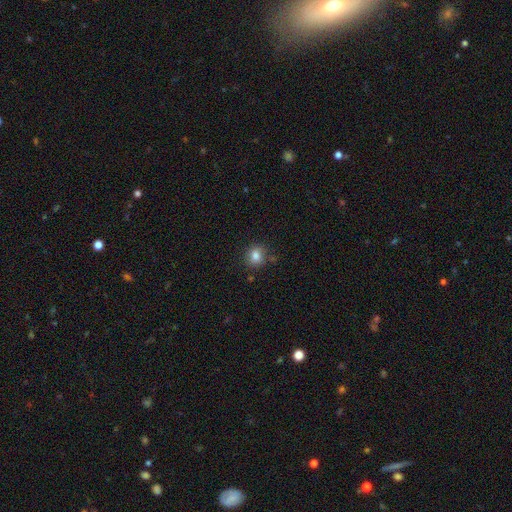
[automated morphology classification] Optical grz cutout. It shows a smooth galaxy with no disk features (82%) that is round (79%). Merging: none (82%).